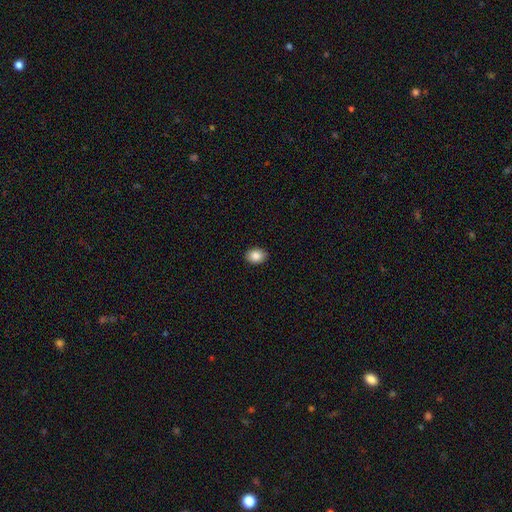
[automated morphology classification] This is clearly a smooth galaxy (86%). How rounded: likely in between (66%). Merging: clearly none (90%).